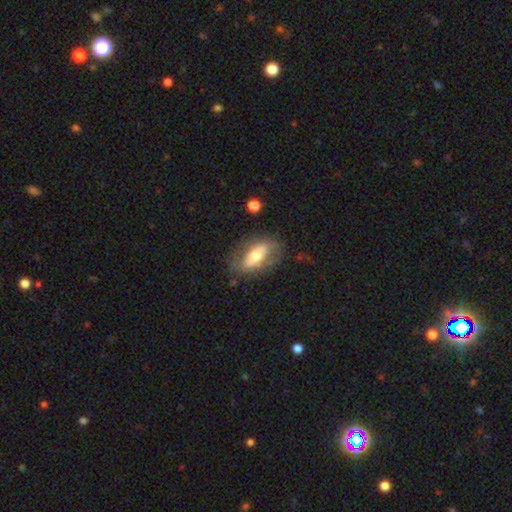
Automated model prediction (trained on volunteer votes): This appears to be a featured or disk galaxy (49%). Merging: none (68%).